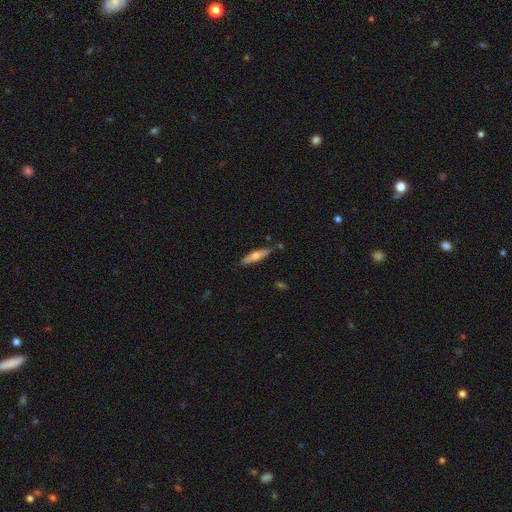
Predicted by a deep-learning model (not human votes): The model was most divided on "smooth or featured": smooth: 48%, featured or disk: 45%, star or artifact: 6%. More confident: merging — none (82%).